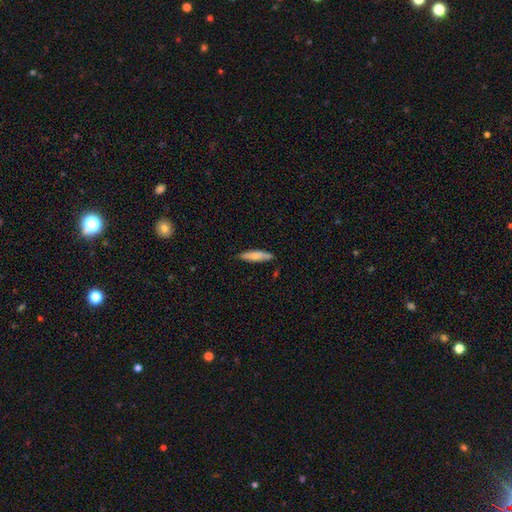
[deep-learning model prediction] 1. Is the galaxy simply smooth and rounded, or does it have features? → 73% smooth, 22% featured or disk, 6% star or artifact.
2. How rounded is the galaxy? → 73% cigar-shaped, 25% in between, 2% round.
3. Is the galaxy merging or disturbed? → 82% none, 14% minor disturbance, 2% major disturbance, 2% merger.